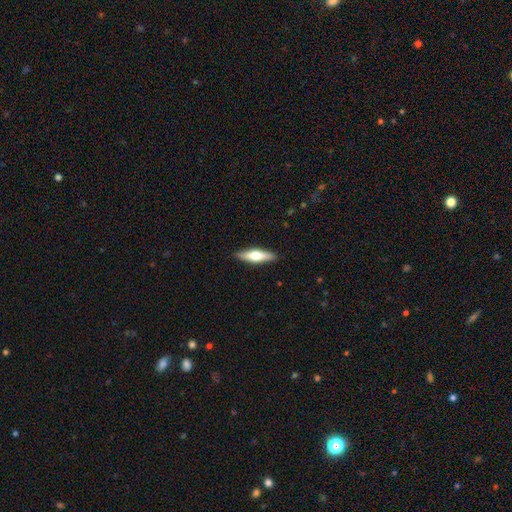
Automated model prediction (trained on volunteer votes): Smooth or featured: smooth — 50% (featured or disk — 45%)
Merging: none — 89% (minor disturbance — 8%)